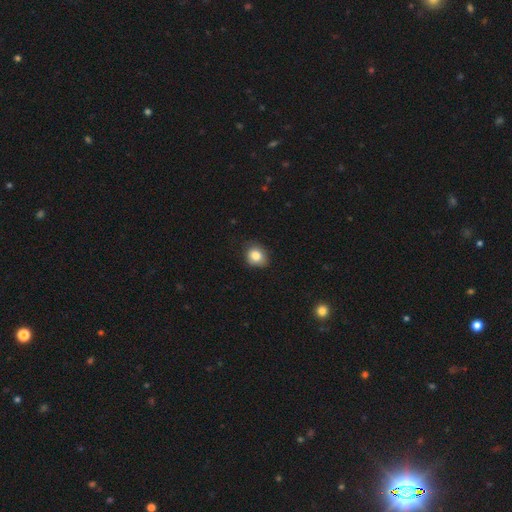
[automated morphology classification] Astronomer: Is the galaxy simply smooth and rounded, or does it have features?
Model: smooth — 83%.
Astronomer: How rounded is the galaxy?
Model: round — 65%.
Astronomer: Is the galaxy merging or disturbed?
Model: none — 76%.